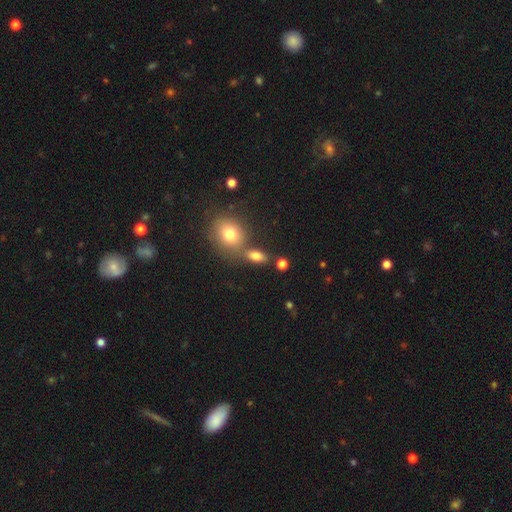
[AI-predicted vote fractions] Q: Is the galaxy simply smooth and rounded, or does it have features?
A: smooth — 78%.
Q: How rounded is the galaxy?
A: in between — 78%.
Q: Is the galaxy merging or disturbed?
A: none — 64%.